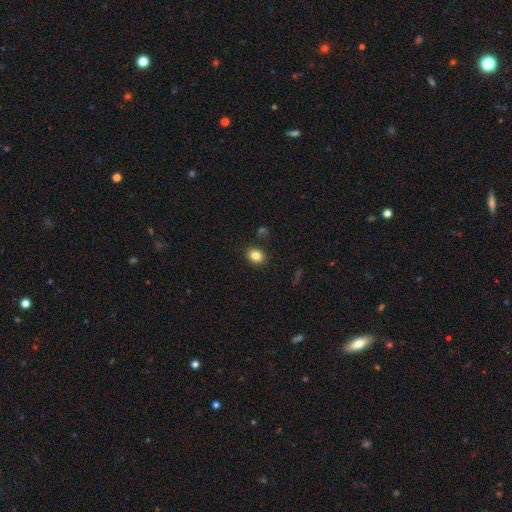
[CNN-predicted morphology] This appears to be a smooth galaxy with no disk features (83%) that is round (52%). Merging: none (87%).